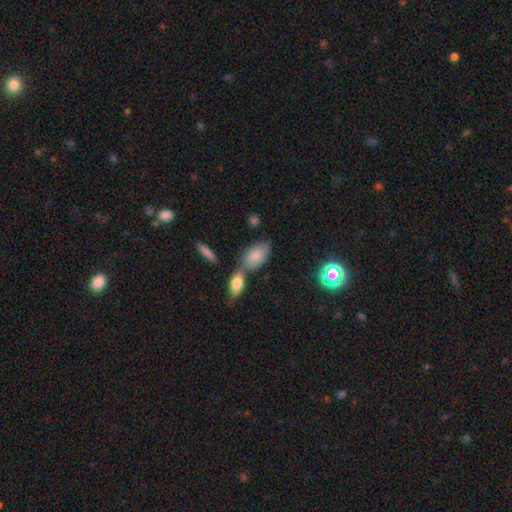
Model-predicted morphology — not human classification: Smooth or featured? smooth (77%)
How rounded? in between (91%)
Merging? none (43%)